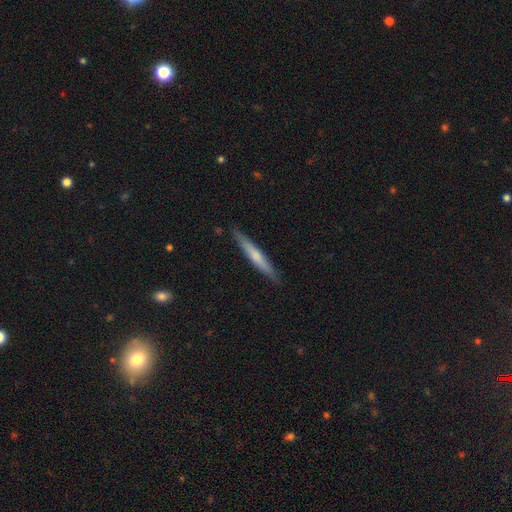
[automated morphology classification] This appears to be a smooth galaxy with no disk features (54%) that is cigar-shaped (95%). Merging: none (88%).